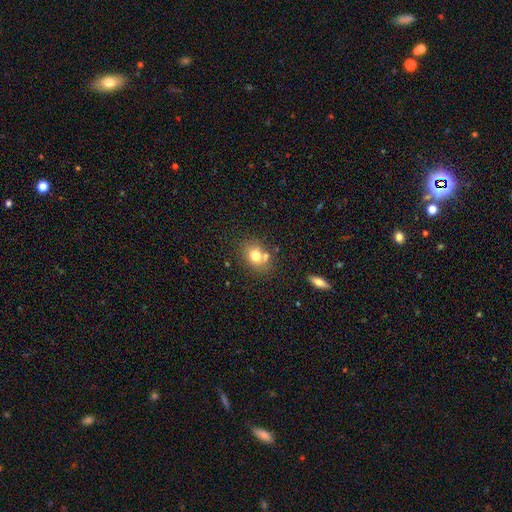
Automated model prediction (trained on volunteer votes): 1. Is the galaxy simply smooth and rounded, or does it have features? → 71% smooth, 17% featured or disk, 12% star or artifact.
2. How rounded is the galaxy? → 51% in between, 48% round, 1% cigar-shaped.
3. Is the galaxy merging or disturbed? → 61% none, 21% merger, 14% minor disturbance, 4% major disturbance.